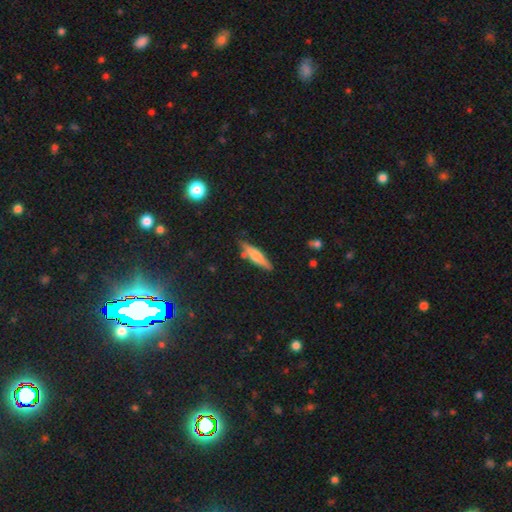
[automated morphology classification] Overall: smooth (56%; featured or disk 36%). How rounded: cigar-shaped (82%). Merging: none (79%).